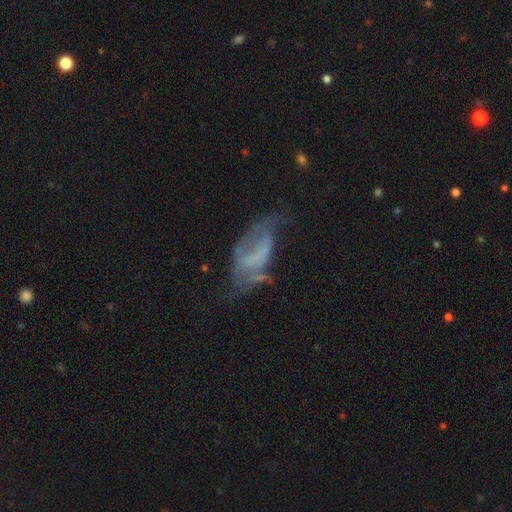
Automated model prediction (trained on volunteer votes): A featured or disk galaxy (57%) with no bar (62%), no spiral arms (64%) and no central bulge (73%). Merging: major disturbance (40%).